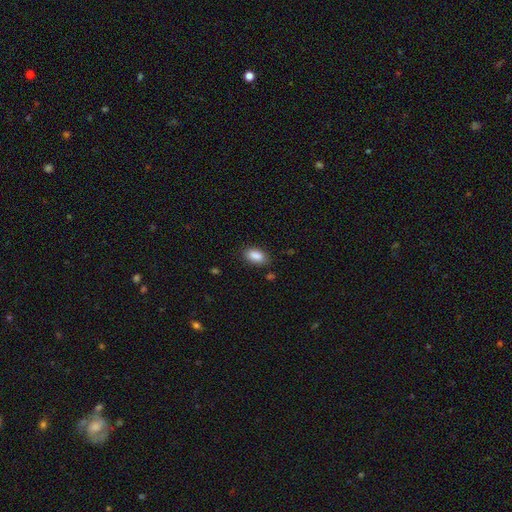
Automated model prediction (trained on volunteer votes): The model was most divided on "merging": none: 83%, minor disturbance: 12%, major disturbance: 3%, merger: 2%. More confident: how rounded — in between (92%); smooth or featured — smooth (88%).